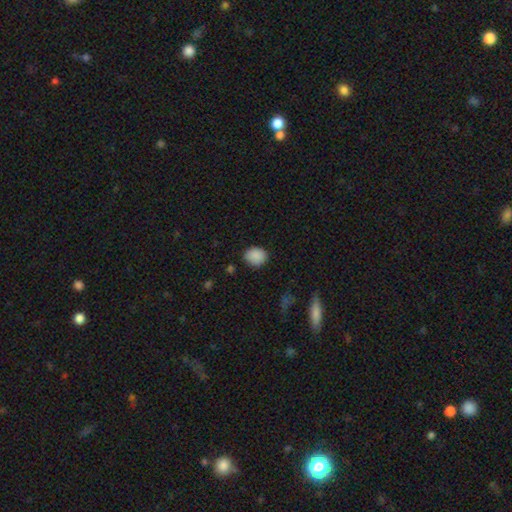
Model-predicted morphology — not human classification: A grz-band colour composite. It shows a smooth galaxy with no disk features (88%) that is round (62%). Merging: none (80%).